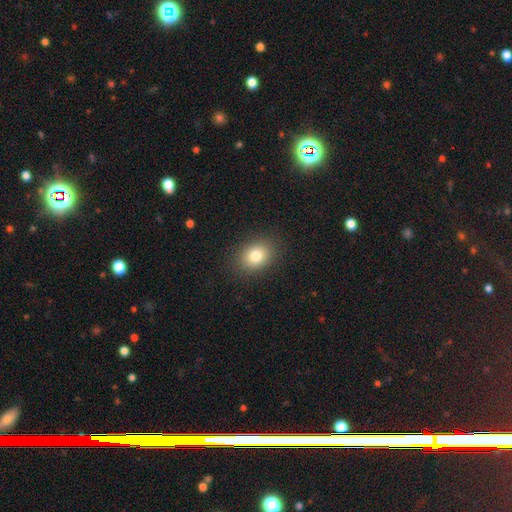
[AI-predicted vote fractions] A smooth galaxy with no disk features (81%) that is in between round and cigar-shaped (58%). Merging: none (88%).